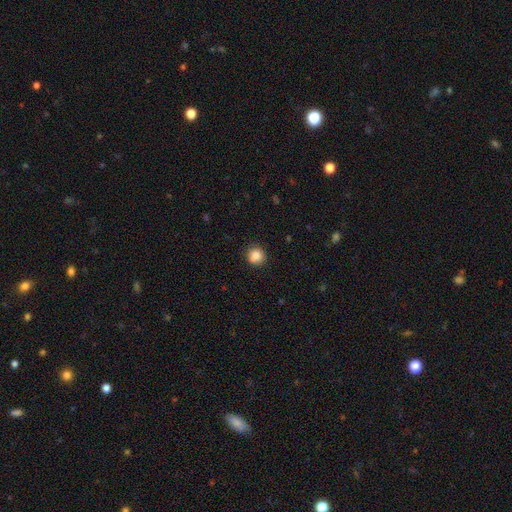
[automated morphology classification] A smooth galaxy with no disk features (84%) that is round (91%). Merging: none (80%).